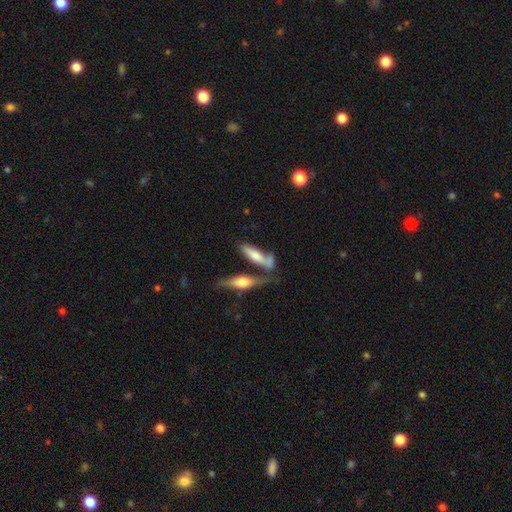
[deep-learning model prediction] Smooth or featured? smooth (56%)
How rounded? cigar-shaped (55%)
Merging? none (43%)